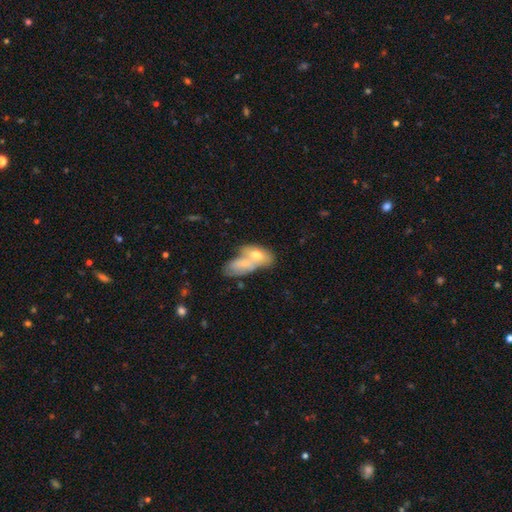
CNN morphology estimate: A smooth galaxy with no disk features (59%) that is in between round and cigar-shaped (82%). Merging: merger (68%).